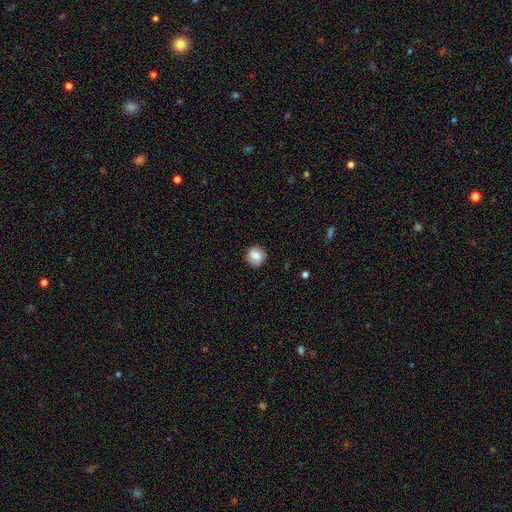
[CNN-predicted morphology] A smooth galaxy with no disk features (80%) that is round (89%).

Vote fractions:
- Smooth or featured? smooth: 80% / featured or disk: 12% / star or artifact: 8%
- How rounded? round: 89% / in between: 10% / cigar-shaped: 1%
- Merging? none: 83% / minor disturbance: 13% / major disturbance: 3% / merger: 1%